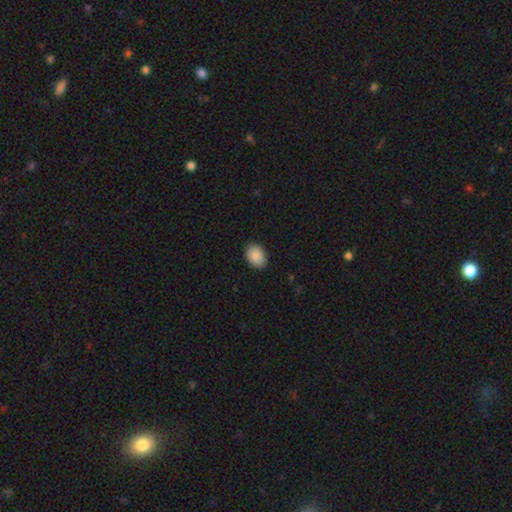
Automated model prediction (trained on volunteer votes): Overall: smooth (90%). How rounded: in between (73%). Merging: none (88%).